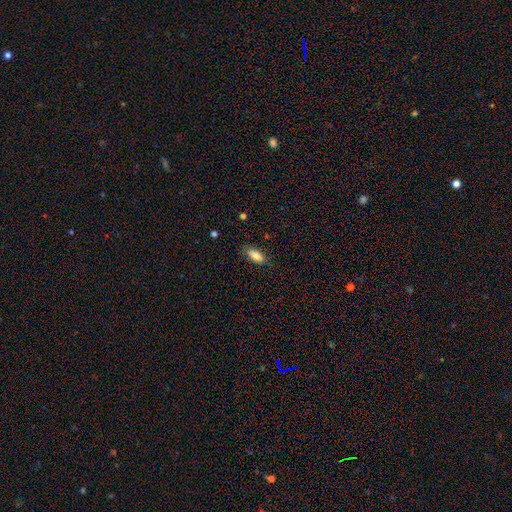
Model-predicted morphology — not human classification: A smooth galaxy with no disk features (84%) that is in between round and cigar-shaped (82%).

Vote fractions:
- Smooth or featured? smooth: 84% / featured or disk: 9% / star or artifact: 8%
- How rounded? in between: 82% / cigar-shaped: 16% / round: 2%
- Merging? none: 77% / minor disturbance: 18% / major disturbance: 4% / merger: 1%